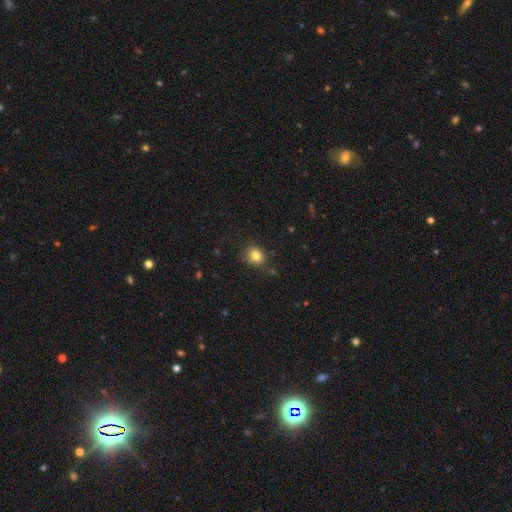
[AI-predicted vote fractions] A smooth galaxy with no disk features (82%) that is round (61%).

Vote fractions:
- Smooth or featured? smooth: 82% / star or artifact: 12% / featured or disk: 7%
- How rounded? round: 61% / in between: 38% / cigar-shaped: 1%
- Merging? none: 75% / minor disturbance: 19% / major disturbance: 4% / merger: 3%